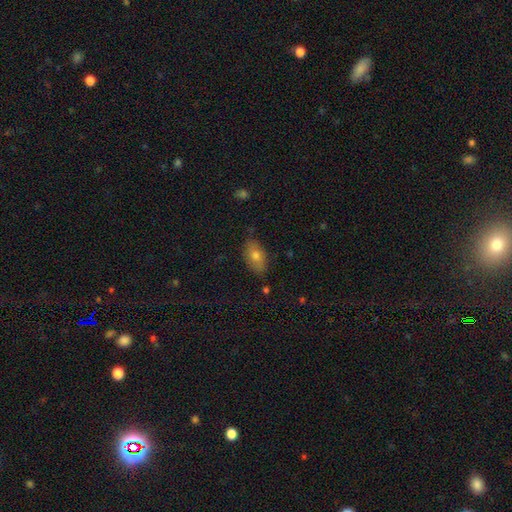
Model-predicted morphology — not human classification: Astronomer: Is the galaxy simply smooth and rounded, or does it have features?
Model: smooth — 70%.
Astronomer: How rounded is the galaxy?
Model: in between — 89%.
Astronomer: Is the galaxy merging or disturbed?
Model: none — 81%.